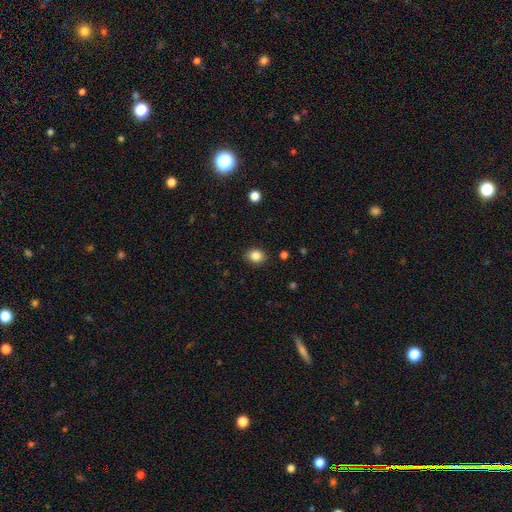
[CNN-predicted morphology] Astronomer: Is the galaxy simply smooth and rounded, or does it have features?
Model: smooth — 85%.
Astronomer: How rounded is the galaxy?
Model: in between — 51% (runner-up: round, 48%).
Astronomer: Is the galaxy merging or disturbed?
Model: none — 87%.